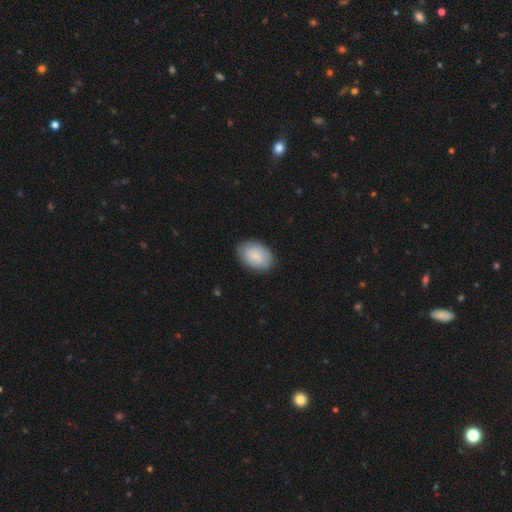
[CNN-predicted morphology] Smooth or featured: smooth — 83% (featured or disk — 12%)
How rounded: in between — 86% (round — 13%)
Merging: none — 83% (minor disturbance — 13%)